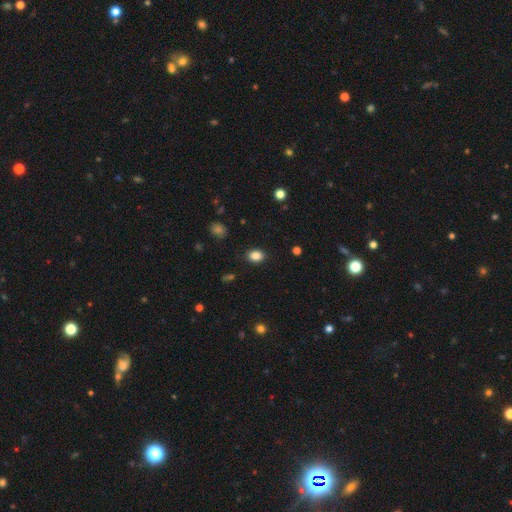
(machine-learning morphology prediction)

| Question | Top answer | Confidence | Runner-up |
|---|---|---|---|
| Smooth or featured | smooth | 85% | star or artifact (10%) |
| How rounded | in between | 69% | round (30%) |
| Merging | none | 87% | minor disturbance (9%) |